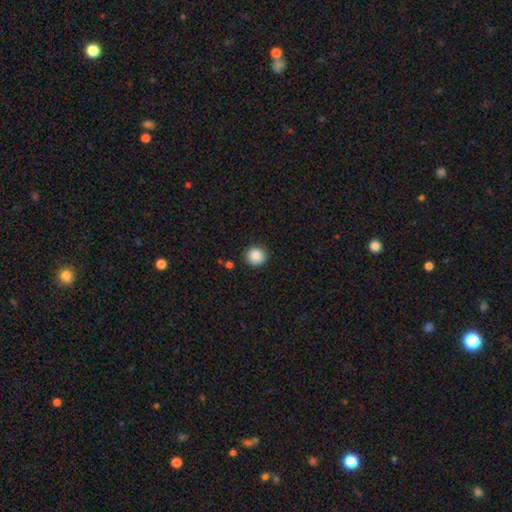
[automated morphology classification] Smooth or featured?
  - smooth: 88% *
  - star or artifact: 9%
  - featured or disk: 3%
How rounded?
  - round: 93% *
  - in between: 6%
  - cigar-shaped: 1%
Merging?
  - none: 91% *
  - minor disturbance: 6%
  - major disturbance: 2%
  - merger: 1%